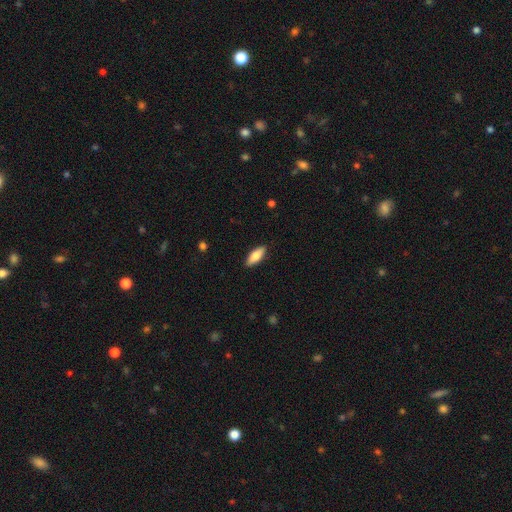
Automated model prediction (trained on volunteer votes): smooth 78%, featured or disk 17%, star or artifact 6%. Down the decision tree: how rounded — in between (67%); merging — none (89%).